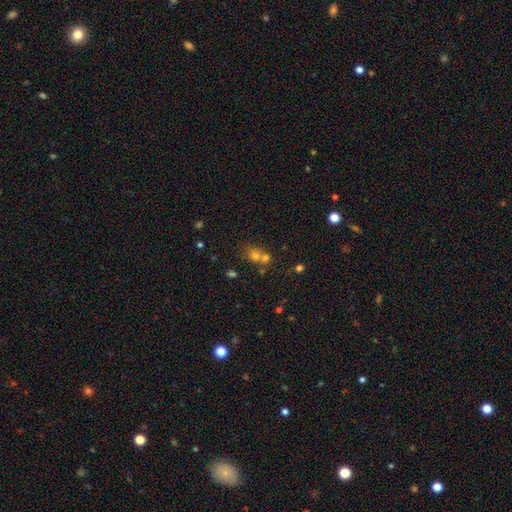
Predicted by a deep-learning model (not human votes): Smooth or featured?
  - smooth: 61% *
  - star or artifact: 25%
  - featured or disk: 14%
How rounded?
  - round: 74% *
  - in between: 25%
  - cigar-shaped: 1%
Merging?
  - merger: 48% *
  - none: 42%
  - minor disturbance: 7%
  - major disturbance: 3%